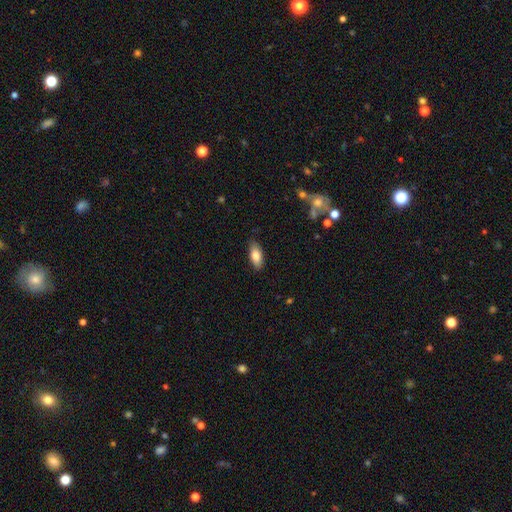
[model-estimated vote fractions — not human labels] smooth 80%, featured or disk 13%, star or artifact 7%. Down the decision tree: how rounded — in between (82%); merging — none (85%).